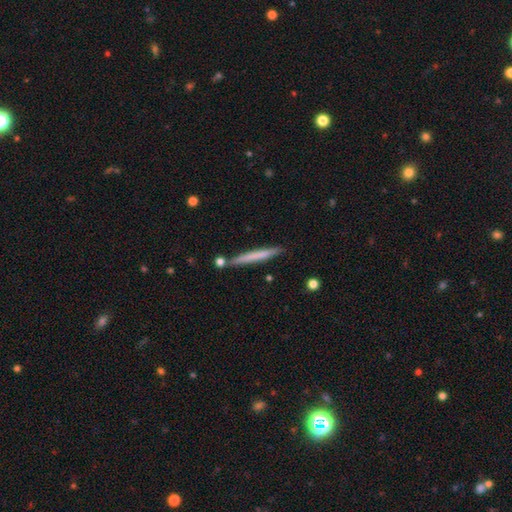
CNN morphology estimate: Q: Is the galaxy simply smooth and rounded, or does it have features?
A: smooth — 61%.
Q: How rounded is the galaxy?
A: cigar-shaped — 97%.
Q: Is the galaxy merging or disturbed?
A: none — 86%.